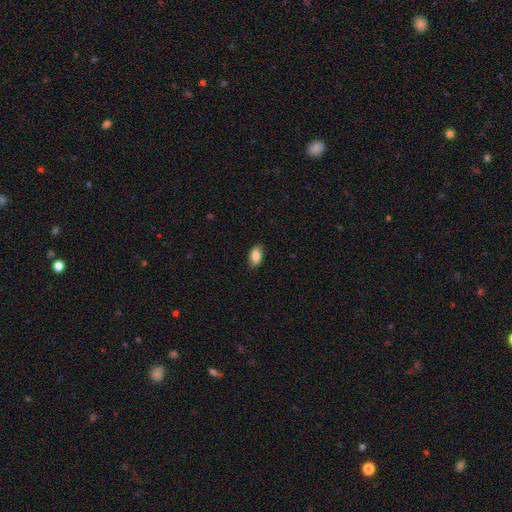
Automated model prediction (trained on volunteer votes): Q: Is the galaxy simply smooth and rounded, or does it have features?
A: smooth — 86%.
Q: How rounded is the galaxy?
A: in between — 92%.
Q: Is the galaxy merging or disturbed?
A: none — 86%.